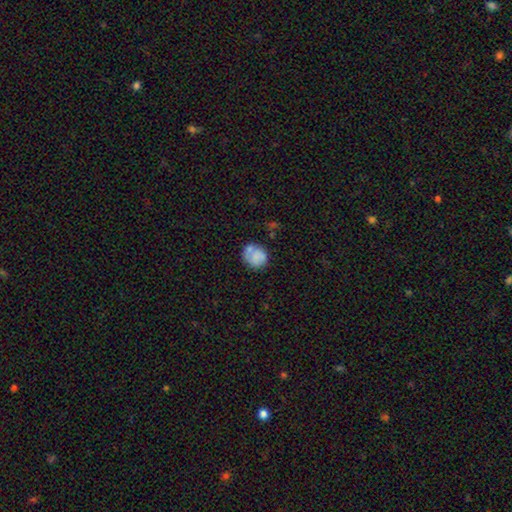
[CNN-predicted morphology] smooth-or-featured: smooth: 71% | featured or disk: 21% | star or artifact: 8%
  how-rounded: round: 78% | in between: 21% | cigar-shaped: 1%
  merging: none: 57% | minor disturbance: 21% | merger: 14% | major disturbance: 8%